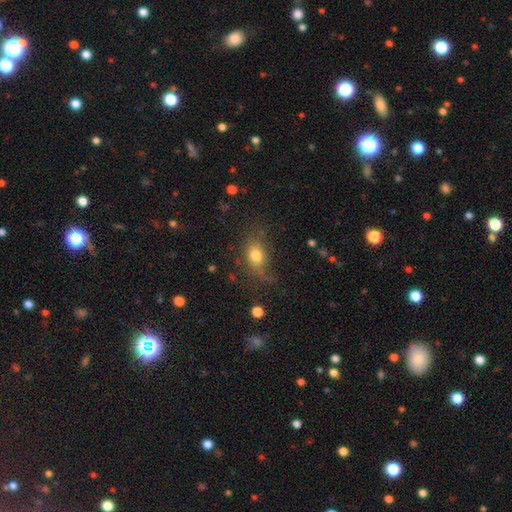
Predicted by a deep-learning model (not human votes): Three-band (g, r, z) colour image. It shows a smooth galaxy with no disk features (76%) that is in between round and cigar-shaped (72%). Merging: none (62%).